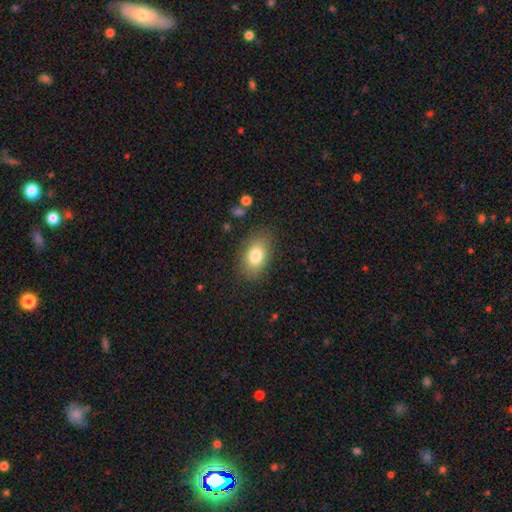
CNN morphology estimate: This appears to be a smooth galaxy with no disk features (80%) that is in between round and cigar-shaped (88%). Merging: none (82%).